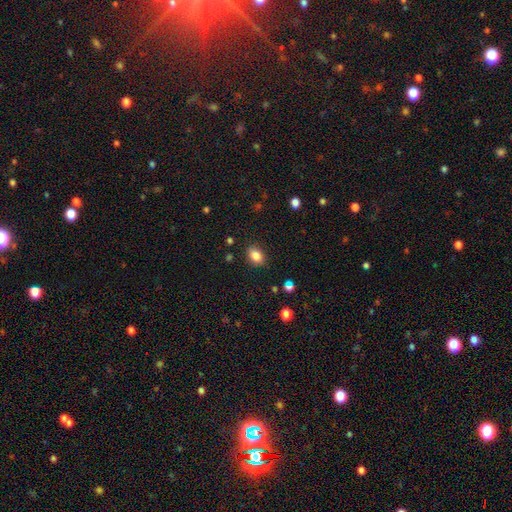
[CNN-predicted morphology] Overall: smooth (84%). How rounded: in between (69%; round 30%). Merging: none (86%).